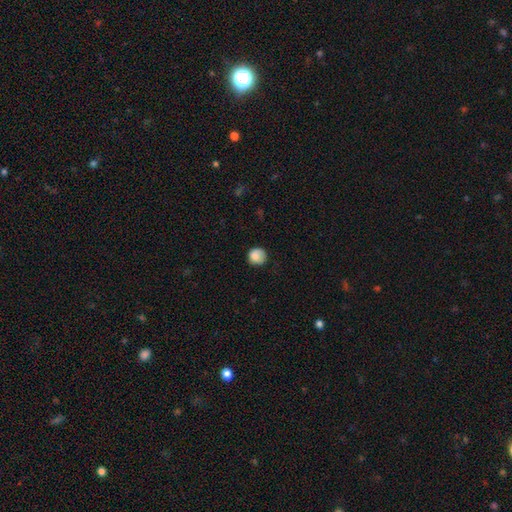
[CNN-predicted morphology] Overall: smooth (84%). How rounded: round (88%). Merging: none (72%).